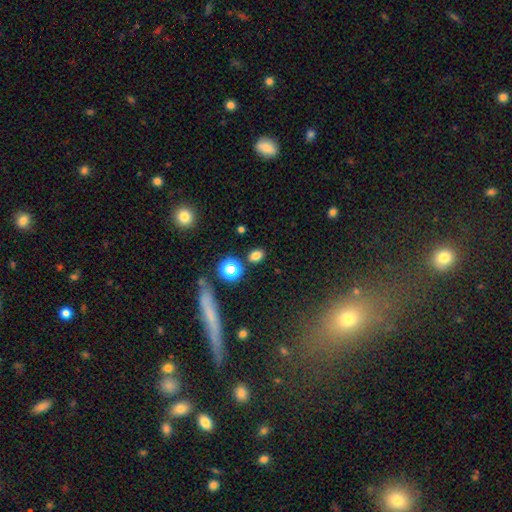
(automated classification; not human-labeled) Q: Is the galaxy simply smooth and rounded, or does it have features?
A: smooth — 75%.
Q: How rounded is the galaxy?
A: in between — 65%.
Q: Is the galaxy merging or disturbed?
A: none — 83%.